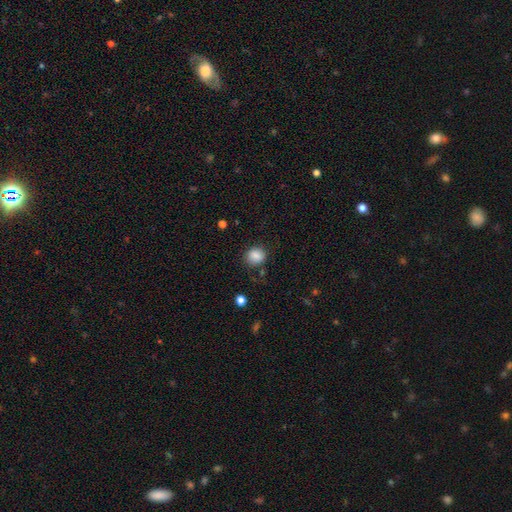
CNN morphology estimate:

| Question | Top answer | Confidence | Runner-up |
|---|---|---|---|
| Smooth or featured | smooth | 86% | star or artifact (10%) |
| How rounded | round | 70% | in between (29%) |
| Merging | none | 78% | minor disturbance (15%) |